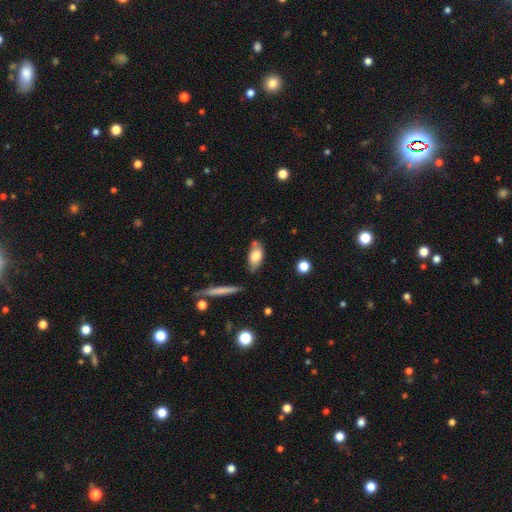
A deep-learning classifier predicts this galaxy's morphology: smooth 74%, featured or disk 19%, star or artifact 7%. Down the decision tree: how rounded — in between (84%); merging — none (66%).